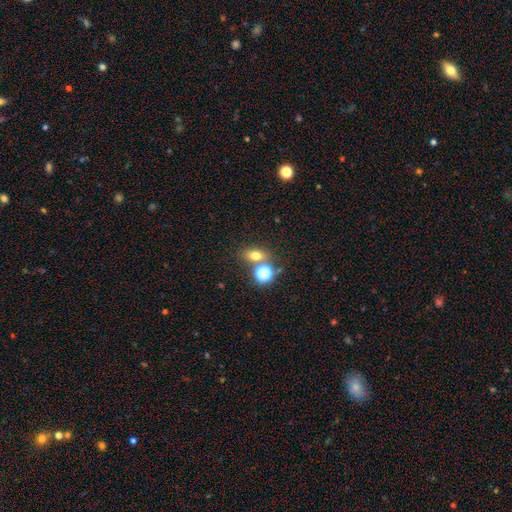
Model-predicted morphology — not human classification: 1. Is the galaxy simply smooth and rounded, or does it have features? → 70% smooth, 19% star or artifact, 11% featured or disk.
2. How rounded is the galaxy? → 57% in between, 40% round, 3% cigar-shaped.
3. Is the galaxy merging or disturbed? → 65% none, 21% merger, 10% minor disturbance, 4% major disturbance.